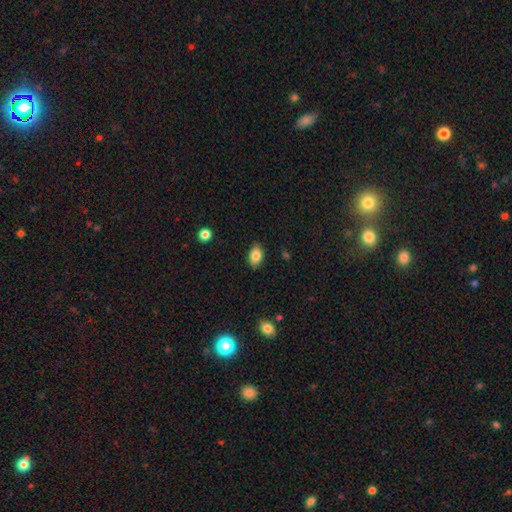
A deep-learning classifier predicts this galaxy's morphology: Q: Smooth or featured?
A: smooth (85%); runner-up: star or artifact (8%)
Q: How rounded?
A: in between (87%); runner-up: round (11%)
Q: Merging?
A: none (86%); runner-up: minor disturbance (10%)